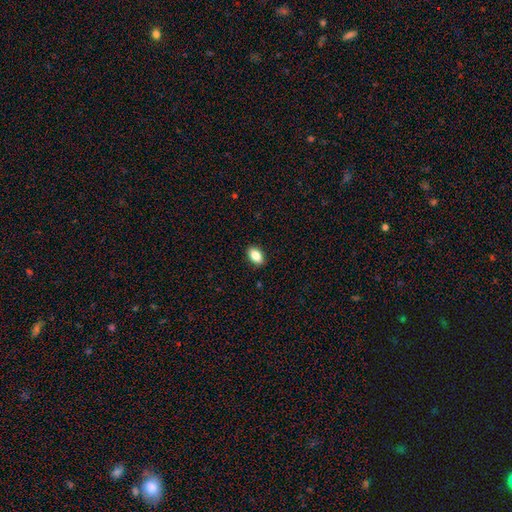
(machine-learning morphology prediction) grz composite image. It shows a smooth galaxy with no disk features (86%) that is in between round and cigar-shaped (90%). Merging: none (90%).